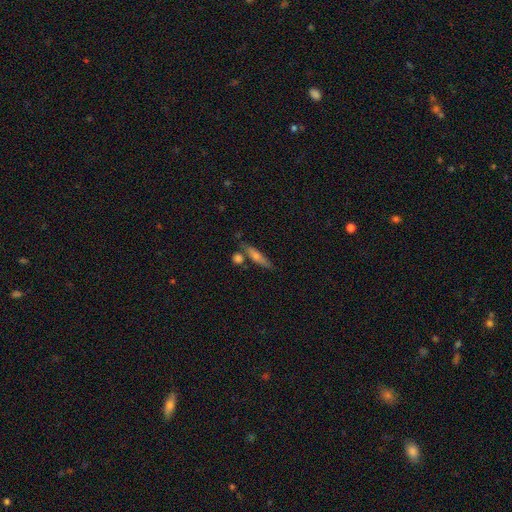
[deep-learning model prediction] Q: Smooth or featured?
A: smooth (52%); runner-up: featured or disk (39%)
Q: How rounded?
A: cigar-shaped (81%); runner-up: in between (16%)
Q: Merging?
A: none (72%); runner-up: minor disturbance (13%)